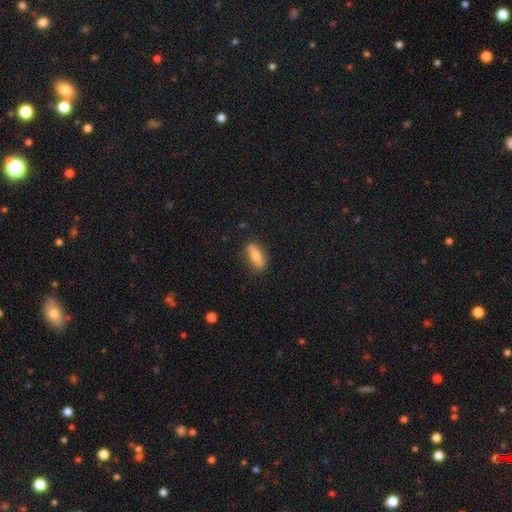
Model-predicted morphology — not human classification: Q: Smooth or featured?
A: smooth (68%); runner-up: featured or disk (24%)
Q: How rounded?
A: in between (70%); runner-up: cigar-shaped (26%)
Q: Merging?
A: none (83%); runner-up: minor disturbance (13%)